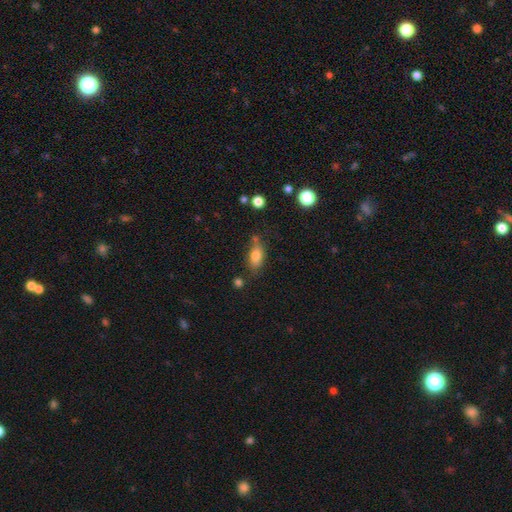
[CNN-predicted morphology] This is likely a smooth galaxy (77%). How rounded: clearly in between (83%). Merging: likely none (61%).